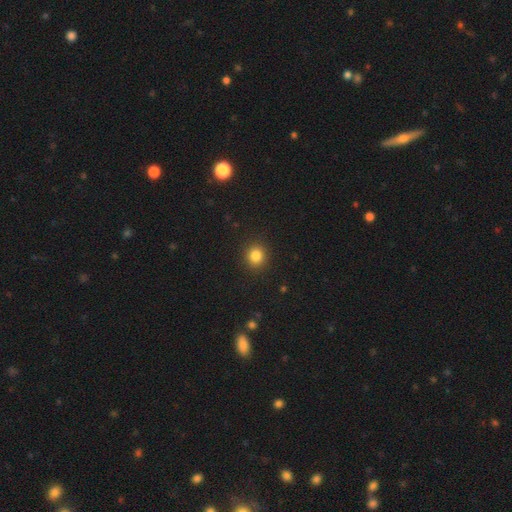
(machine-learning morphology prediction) smooth-or-featured: smooth: 84% | star or artifact: 11% | featured or disk: 5%
  how-rounded: round: 81% | in between: 18% | cigar-shaped: 1%
  merging: none: 91% | minor disturbance: 6% | major disturbance: 2% | merger: 1%